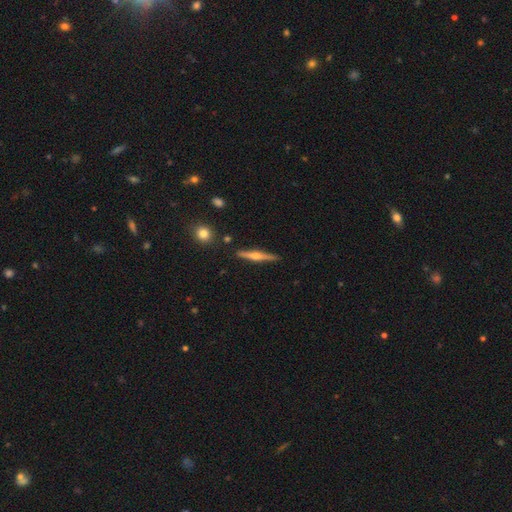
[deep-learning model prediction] smooth_or_featured: featured or disk (p=0.73) [alt: smooth p=0.21]
disk_edge_on: yes (p=0.98) [alt: no p=0.02]
edge_on_bulge: rounded (p=0.93) [alt: none p=0.04]
merging: none (p=0.89) [alt: minor disturbance p=0.07]